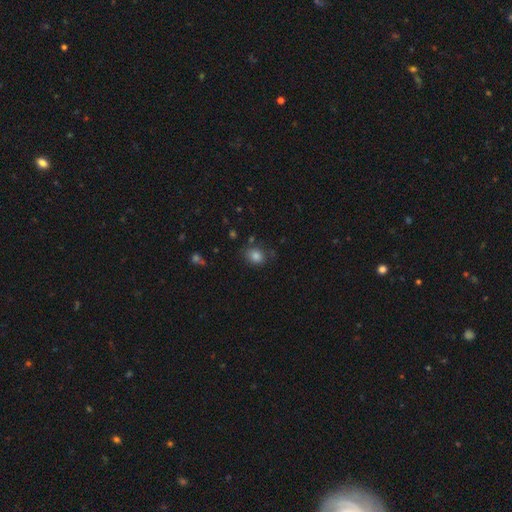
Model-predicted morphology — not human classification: smooth_or_featured: smooth (p=0.83) [alt: star or artifact p=0.11]
how_rounded: round (p=0.51) [alt: in between p=0.48]
merging: none (p=0.73) [alt: minor disturbance p=0.18]